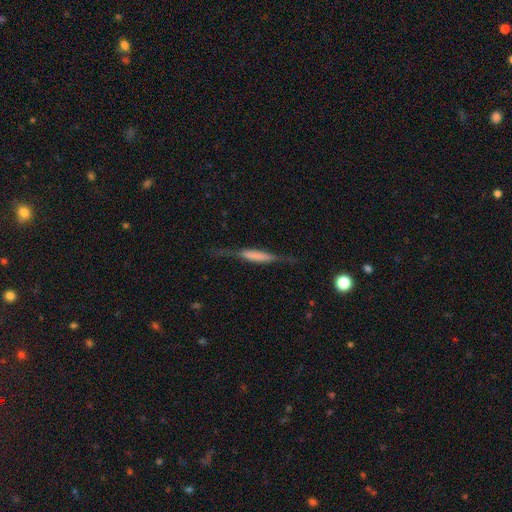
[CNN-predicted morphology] A featured or disk galaxy (57%) viewed edge-on (92%) with a boxy central bulge (52%).

Vote fractions:
- Smooth or featured? featured or disk: 57% / smooth: 36% / star or artifact: 7%
- Edge-on disk? yes: 92% / no: 8%
- Edge-on bulge? boxy: 52% / none: 27% / rounded: 20%
- Merging? none: 71% / minor disturbance: 18% / major disturbance: 8% / merger: 2%